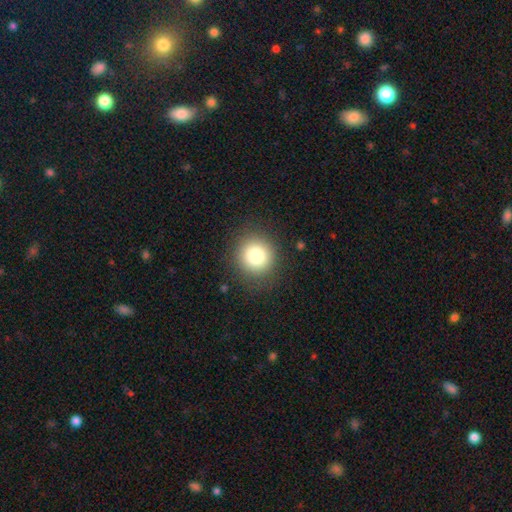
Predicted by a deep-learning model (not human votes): Smooth or featured: smooth — 81% (star or artifact — 11%)
How rounded: round — 92% (in between — 8%)
Merging: none — 88% (minor disturbance — 8%)